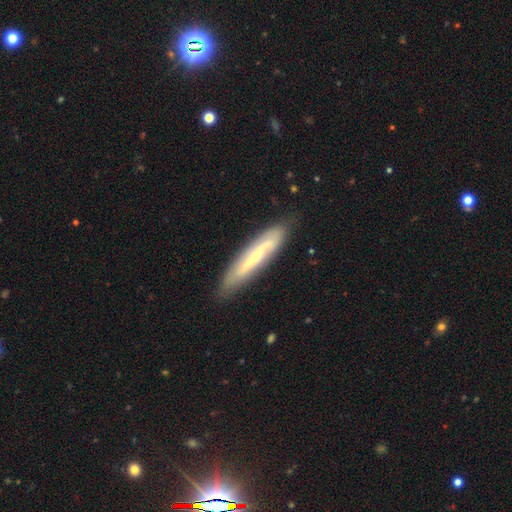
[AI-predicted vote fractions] Smooth or featured? featured or disk (67%)
Edge-on disk? yes (50%, tied with no)
Merging? none (81%)